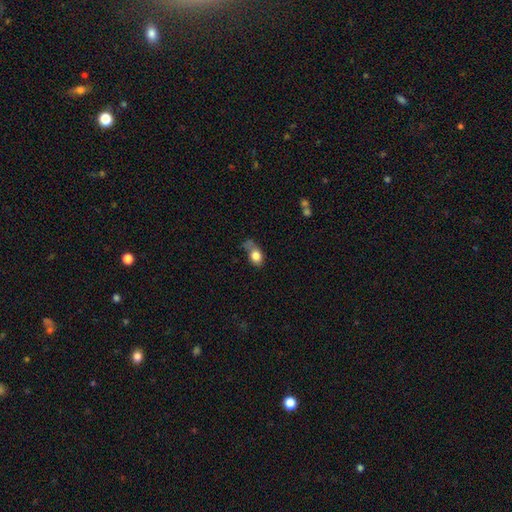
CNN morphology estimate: Smooth or featured? Predicted: smooth (p=0.80). How rounded? Predicted: in between (p=0.67). Merging? Predicted: none (p=0.33).